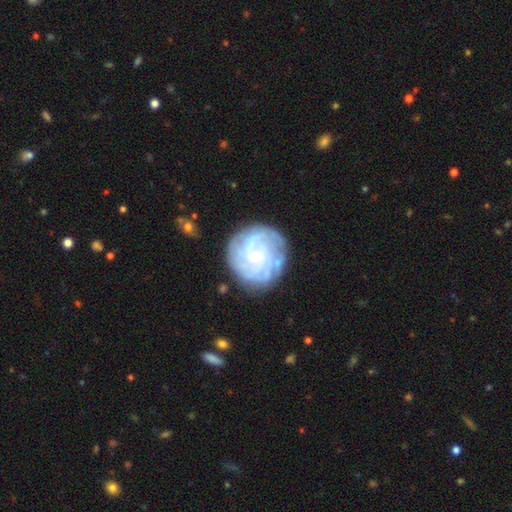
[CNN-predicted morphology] This appears to be a featured or disk galaxy (74%) with no bar (64%), tight (70%) spiral arms (89%) and a small central bulge (73%). Merging: none (79%).